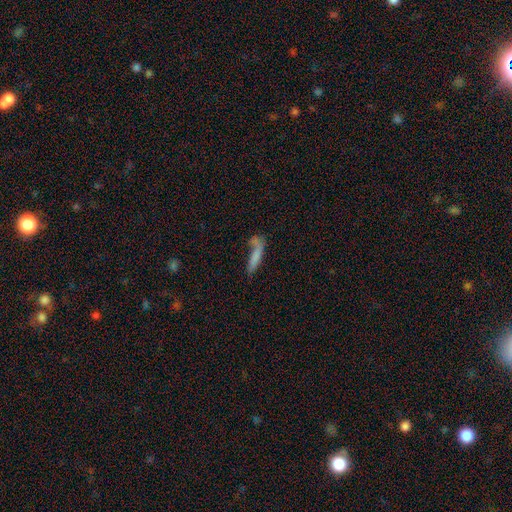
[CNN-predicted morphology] A smooth galaxy with no disk features (70%) that is cigar-shaped (78%). Merging: none (41%).